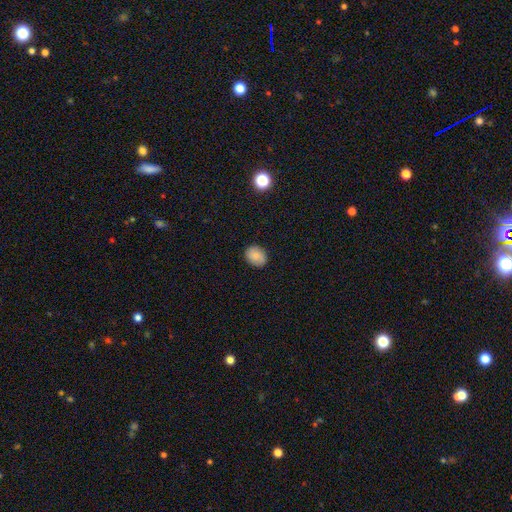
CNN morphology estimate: type=smooth (80%); roundness=round (54%); merging=none (87%).